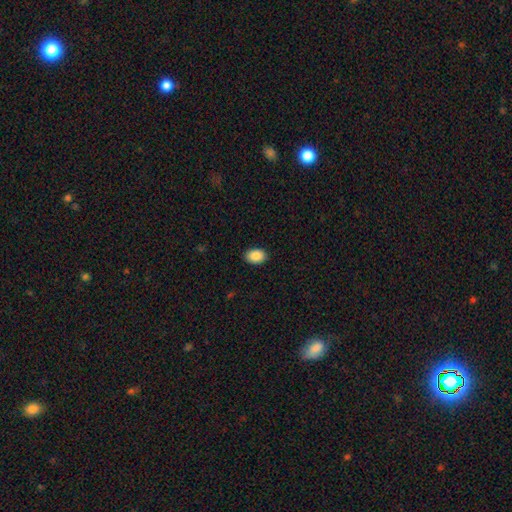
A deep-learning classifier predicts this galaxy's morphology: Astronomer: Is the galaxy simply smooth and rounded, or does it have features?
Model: smooth — 89%.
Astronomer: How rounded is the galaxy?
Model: in between — 82%.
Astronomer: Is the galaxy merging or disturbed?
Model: none — 90%.